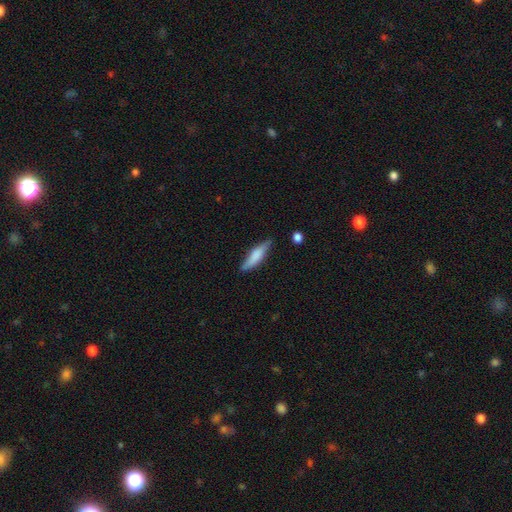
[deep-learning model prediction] Smooth or featured: smooth — 67% (featured or disk — 27%)
How rounded: cigar-shaped — 72% (in between — 26%)
Merging: none — 74% (minor disturbance — 20%)